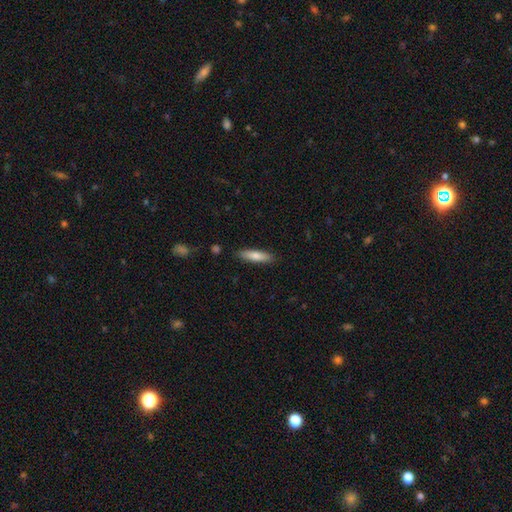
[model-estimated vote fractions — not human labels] smooth-or-featured: smooth: 76% | featured or disk: 18% | star or artifact: 6%
  how-rounded: cigar-shaped: 71% | in between: 28% | round: 2%
  merging: none: 88% | minor disturbance: 9% | major disturbance: 2% | merger: 2%